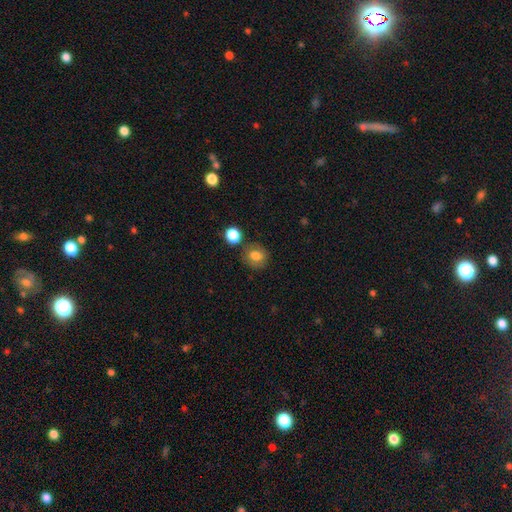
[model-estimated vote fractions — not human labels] Smooth or featured: smooth — 79% (featured or disk — 10%)
How rounded: round — 73% (in between — 26%)
Merging: none — 76% (minor disturbance — 12%)